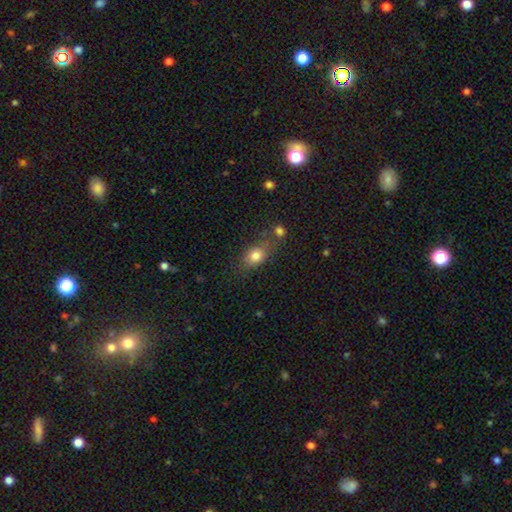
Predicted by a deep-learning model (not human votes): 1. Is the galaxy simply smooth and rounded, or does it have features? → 80% smooth, 11% featured or disk, 10% star or artifact.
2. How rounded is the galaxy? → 70% in between, 26% round, 3% cigar-shaped.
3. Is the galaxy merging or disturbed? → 62% none, 20% minor disturbance, 11% merger, 7% major disturbance.